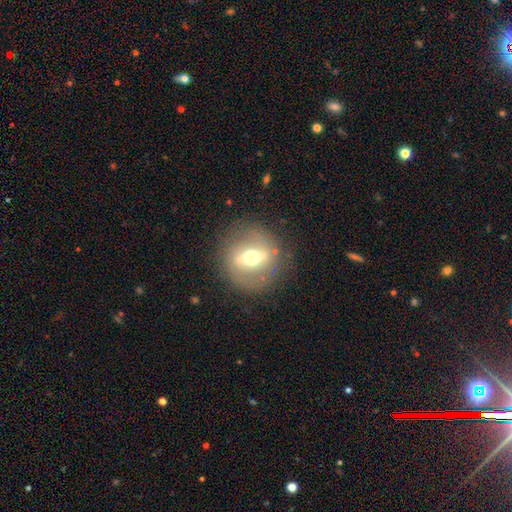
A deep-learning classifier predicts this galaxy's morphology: Smooth or featured? Predicted: featured or disk (p=0.69). Edge-on disk? Predicted: no (p=0.68). Merging? Predicted: none (p=0.83).